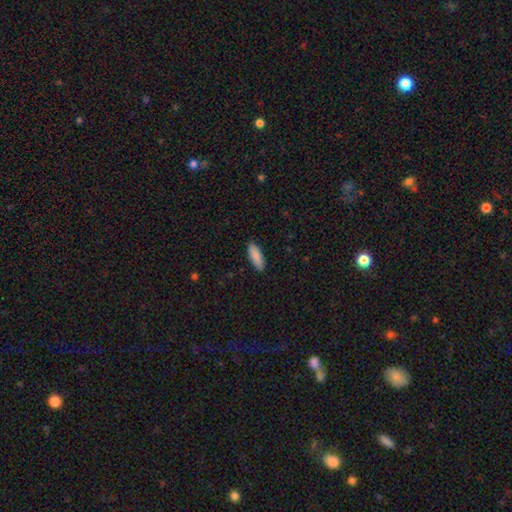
smooth-or-featured: smooth: 94% | star or artifact: 6% | featured or disk: 0%
  how-rounded: cigar-shaped: 53% | in between: 47% | round: 0%
  merging: none: 88% | minor disturbance: 9% | major disturbance: 3% | merger: 0%